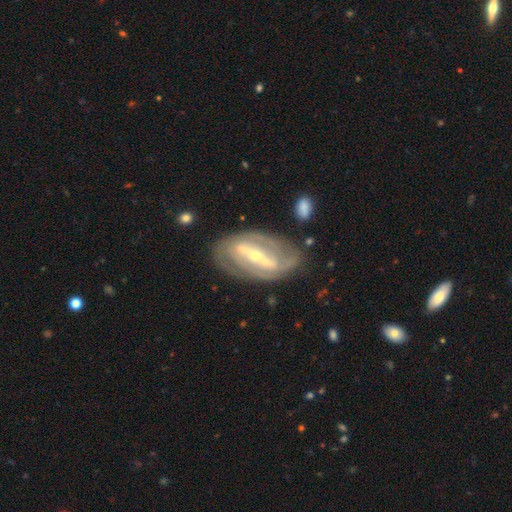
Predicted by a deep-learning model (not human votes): Overall: featured or disk (86%). Edge-on disk: no (90%). Bar: strong (80%). Spiral arms: yes (80%). Spiral arm count: 2 (70%). Spiral winding: tight (47%; medium 36%). Bulge size: small (63%; moderate 33%). Merging: none (75%).